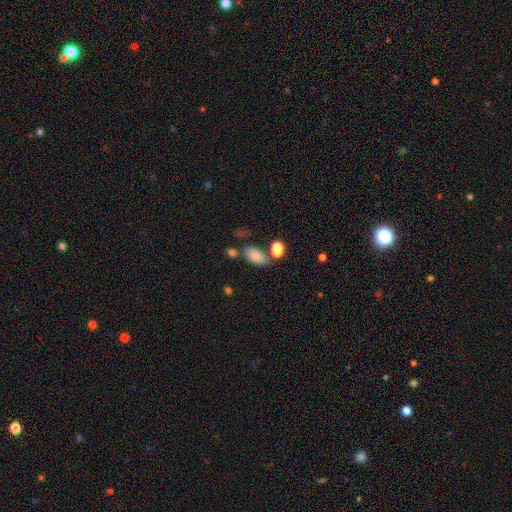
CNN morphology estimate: Smooth or featured?
  - smooth: 80% *
  - star or artifact: 10%
  - featured or disk: 10%
How rounded?
  - in between: 91% *
  - round: 6%
  - cigar-shaped: 3%
Merging?
  - none: 63% *
  - merger: 17%
  - minor disturbance: 14%
  - major disturbance: 5%